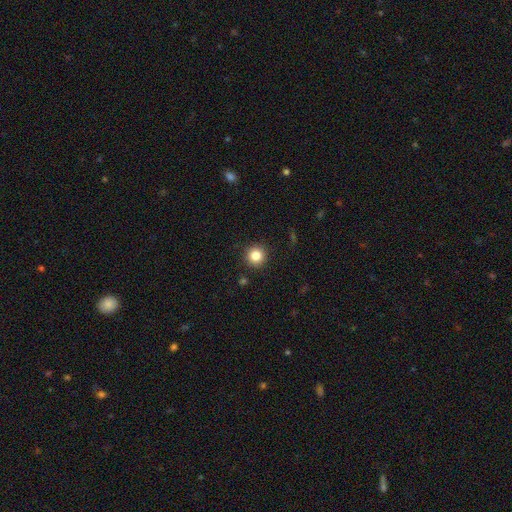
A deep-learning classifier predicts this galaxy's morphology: Q: Smooth or featured?
A: smooth (84%); runner-up: star or artifact (11%)
Q: How rounded?
A: round (95%); runner-up: in between (4%)
Q: Merging?
A: none (91%); runner-up: minor disturbance (6%)